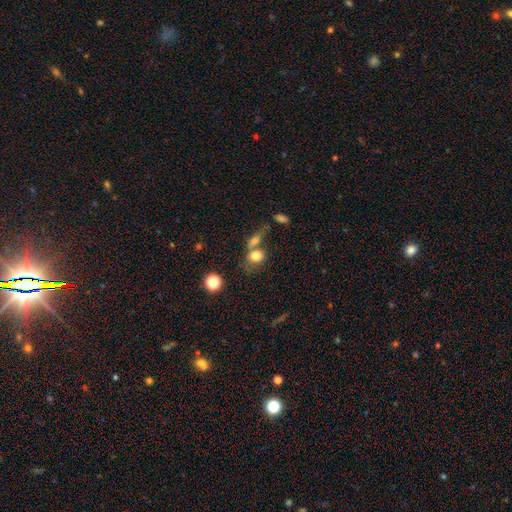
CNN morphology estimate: smooth_or_featured: smooth (p=0.77) [alt: featured or disk p=0.12]
how_rounded: round (p=0.52) [alt: in between p=0.46]
merging: merger (p=0.48) [alt: none p=0.33]